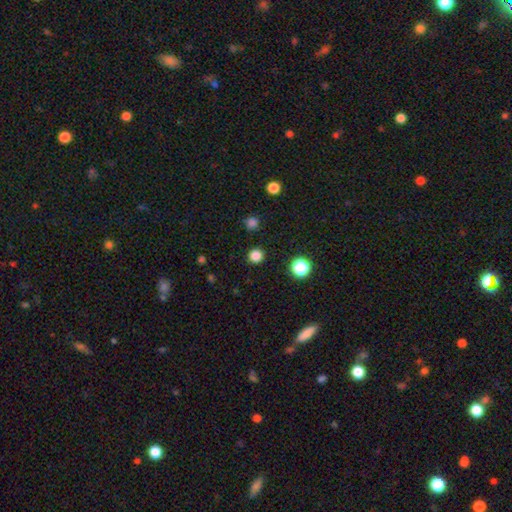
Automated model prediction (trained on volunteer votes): smooth 82%, star or artifact 15%, featured or disk 3%. Down the decision tree: how rounded — round (94%); merging — none (92%).